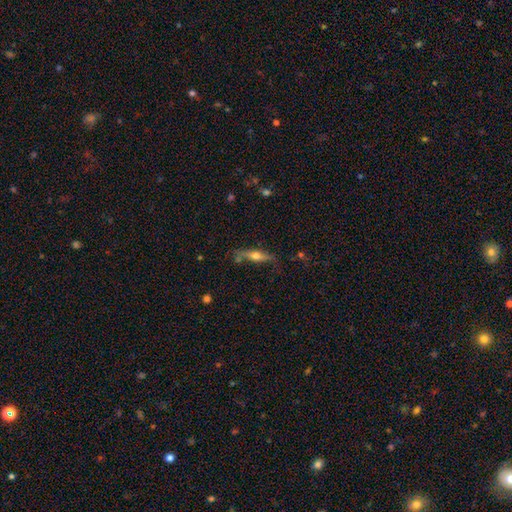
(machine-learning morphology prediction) featured or disk 50%, smooth 43%, star or artifact 7%. Down the decision tree: merging — none (69%).